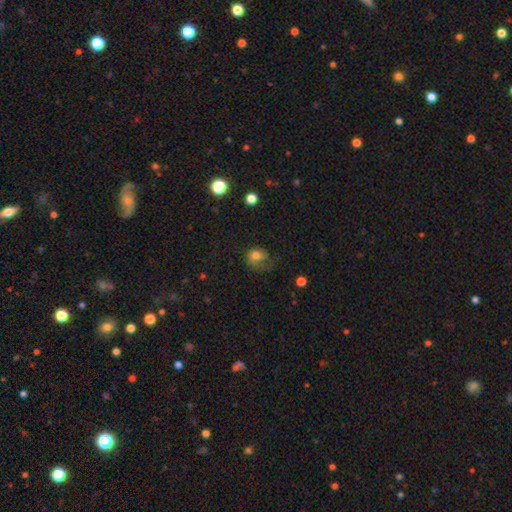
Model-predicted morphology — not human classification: Smooth or featured: smooth — 71% (featured or disk — 18%)
How rounded: round — 54% (in between — 45%)
Merging: major disturbance — 38% (none — 34%)